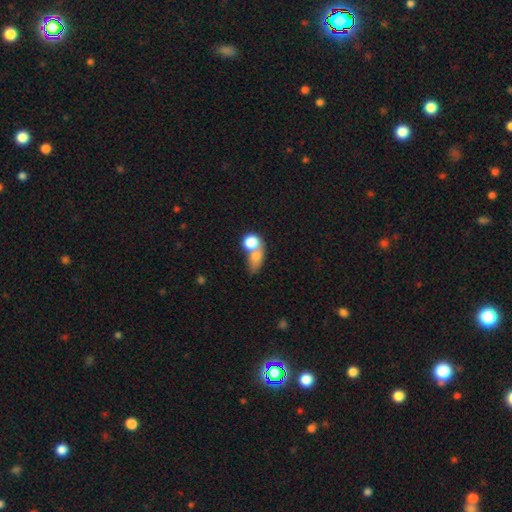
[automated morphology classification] Overall: smooth (72%). How rounded: in between (53%; round 42%). Merging: merger (62%).